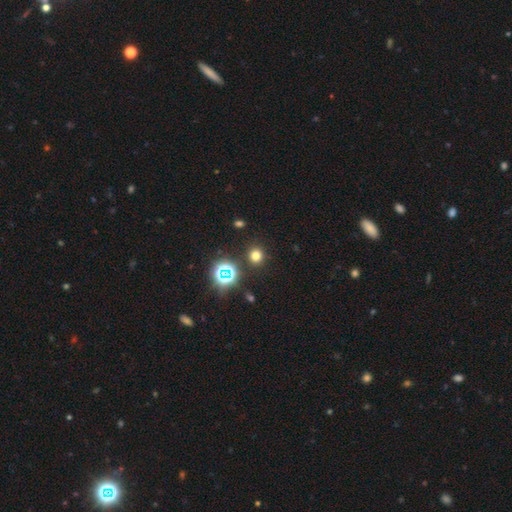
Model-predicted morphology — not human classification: This is likely a smooth galaxy (71%). How rounded: clearly round (87%). Merging: clearly none (89%).